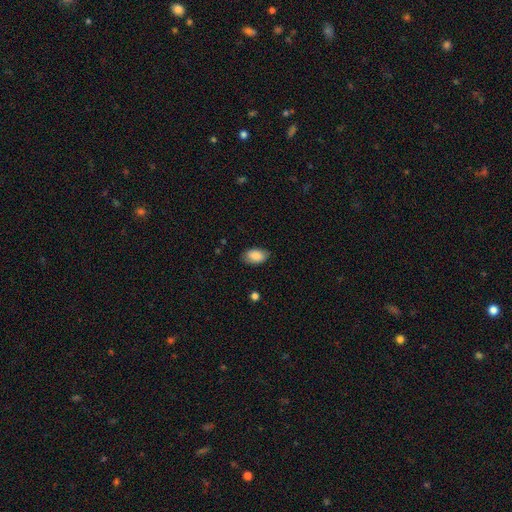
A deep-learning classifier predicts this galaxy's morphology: Smooth or featured? smooth (86%)
How rounded? in between (93%)
Merging? none (82%)